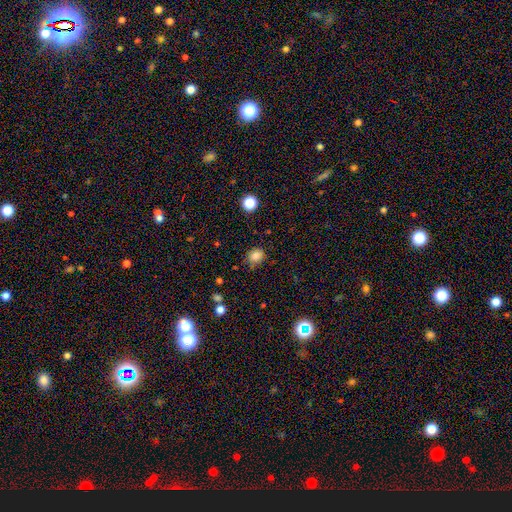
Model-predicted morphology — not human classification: A smooth galaxy with no disk features (82%) that is round (71%).

Vote fractions:
- Smooth or featured? smooth: 82% / star or artifact: 12% / featured or disk: 6%
- How rounded? round: 71% / in between: 29% / cigar-shaped: 1%
- Merging? none: 79% / minor disturbance: 16% / major disturbance: 3% / merger: 2%